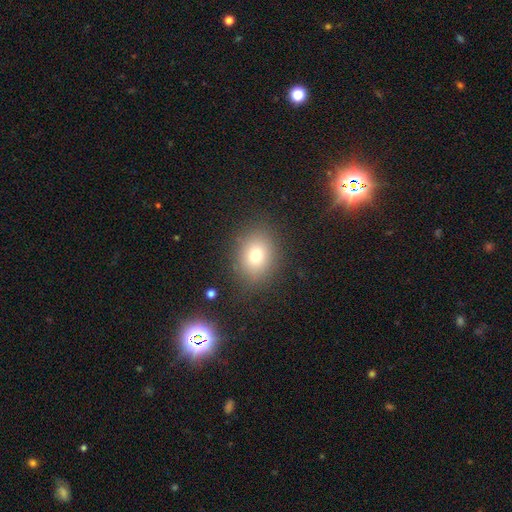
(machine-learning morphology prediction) Smooth or featured? smooth (74%)
How rounded? in between (50%)
Merging? none (83%)